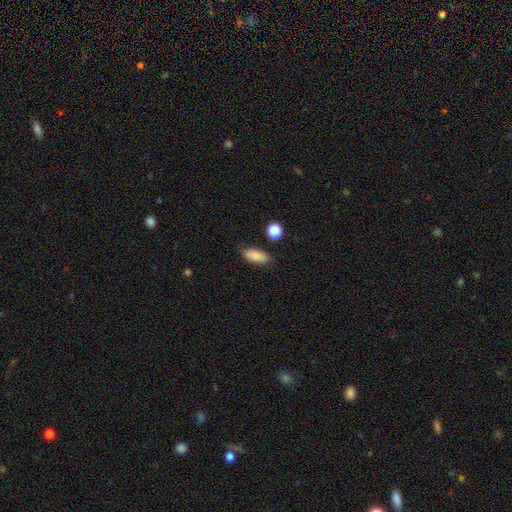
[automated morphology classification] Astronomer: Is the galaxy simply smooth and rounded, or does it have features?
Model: smooth — 85%.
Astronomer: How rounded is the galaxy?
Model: in between — 81%.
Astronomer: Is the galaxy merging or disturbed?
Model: none — 82%.